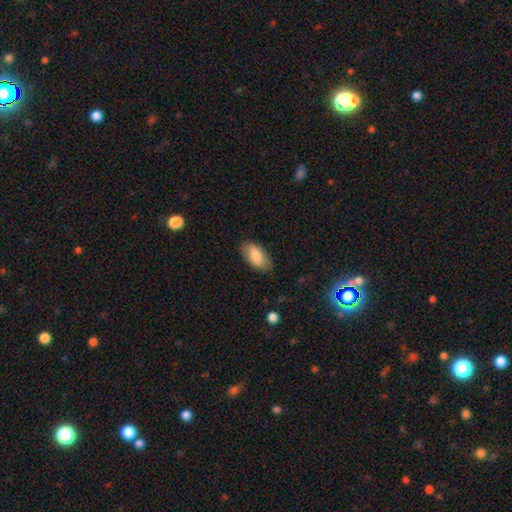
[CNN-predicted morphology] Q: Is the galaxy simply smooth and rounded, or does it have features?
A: smooth — 80%.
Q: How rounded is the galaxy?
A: in between — 94%.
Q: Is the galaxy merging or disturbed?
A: none — 81%.